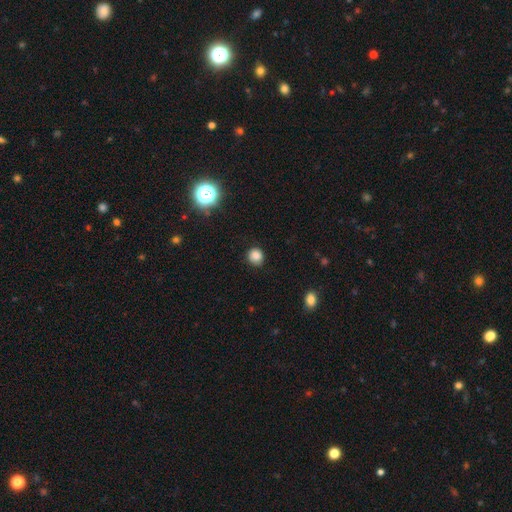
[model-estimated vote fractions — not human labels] Overall: smooth (83%). How rounded: round (85%). Merging: none (81%).